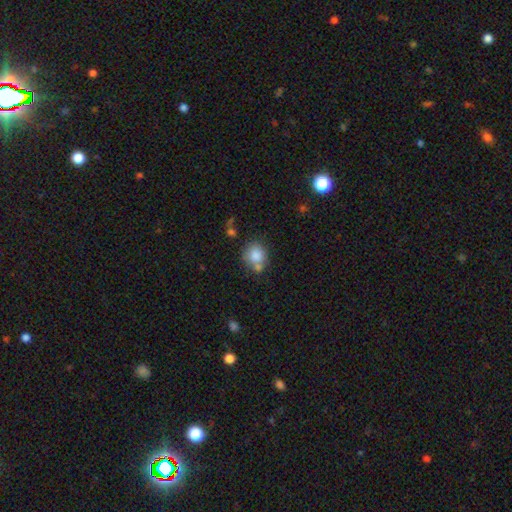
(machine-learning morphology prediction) smooth_or_featured: smooth (p=0.82) [alt: star or artifact p=0.09]
how_rounded: round (p=0.78) [alt: in between p=0.21]
merging: none (p=0.56) [alt: merger p=0.23]